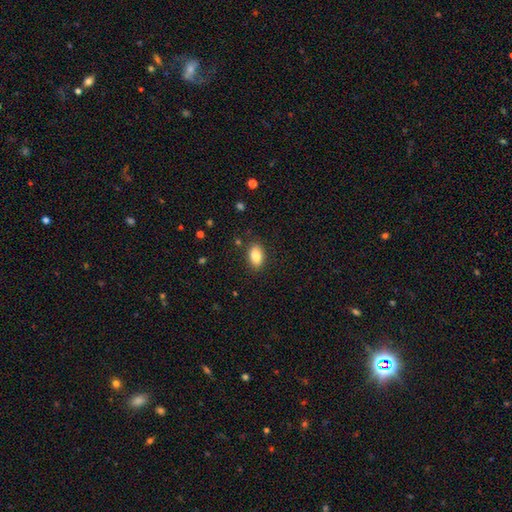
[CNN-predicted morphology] A smooth galaxy with no disk features (86%) that is in between round and cigar-shaped (90%). Merging: none (86%).